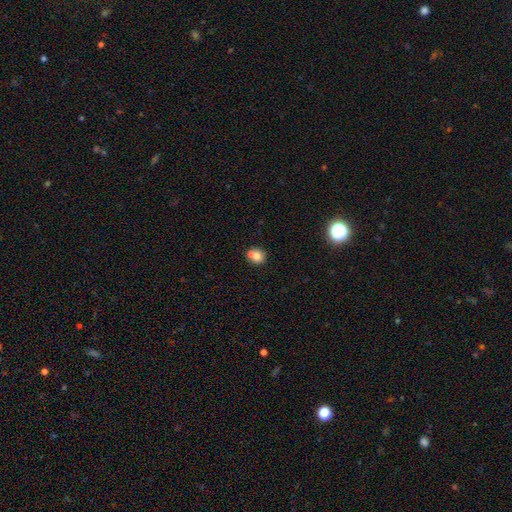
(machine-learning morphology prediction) This is likely a smooth galaxy (75%). How rounded: likely round (74%). Merging: possibly none (47%).